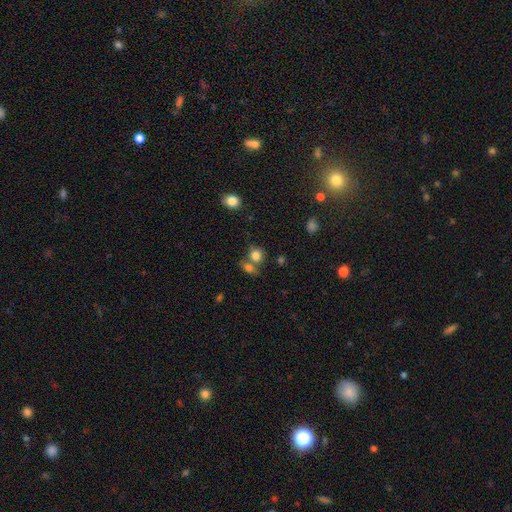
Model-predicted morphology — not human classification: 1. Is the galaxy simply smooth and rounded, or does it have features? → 81% smooth, 11% star or artifact, 8% featured or disk.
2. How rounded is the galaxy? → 73% round, 26% in between, 1% cigar-shaped.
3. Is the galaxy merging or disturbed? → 49% none, 37% merger, 10% minor disturbance, 4% major disturbance.